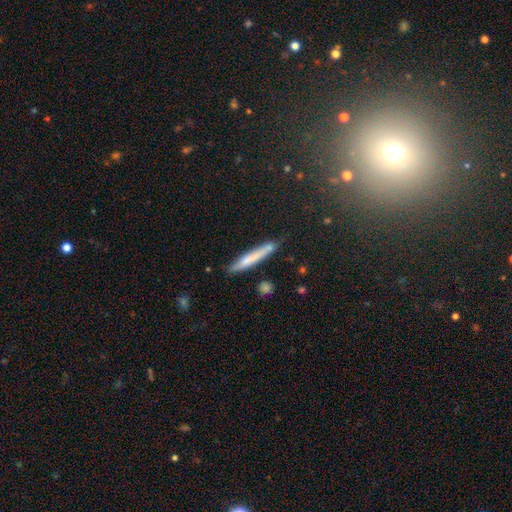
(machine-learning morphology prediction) Smooth or featured? Predicted: smooth (p=0.60). How rounded? Predicted: cigar-shaped (p=0.95). Merging? Predicted: none (p=0.83).